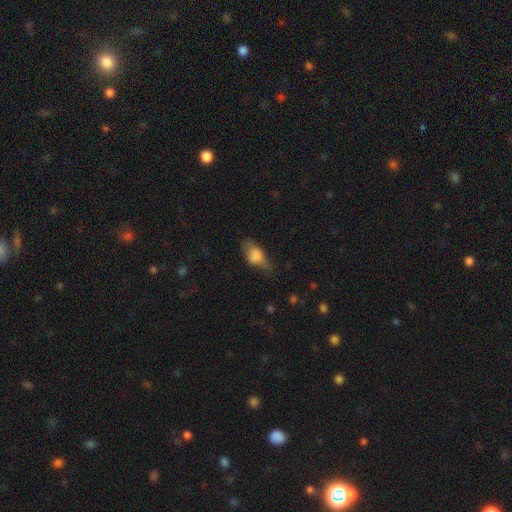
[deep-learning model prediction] Smooth or featured?
  - smooth: 76% *
  - featured or disk: 16%
  - star or artifact: 9%
How rounded?
  - in between: 86% *
  - cigar-shaped: 7%
  - round: 7%
Merging?
  - none: 42% *
  - minor disturbance: 37%
  - major disturbance: 18%
  - merger: 3%